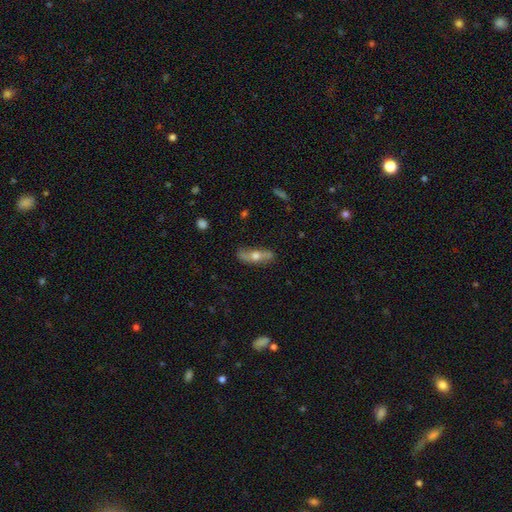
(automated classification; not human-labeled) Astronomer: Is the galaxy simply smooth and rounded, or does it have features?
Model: featured or disk — 49% (runner-up: smooth, 44%).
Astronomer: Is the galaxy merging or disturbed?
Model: none — 77%.